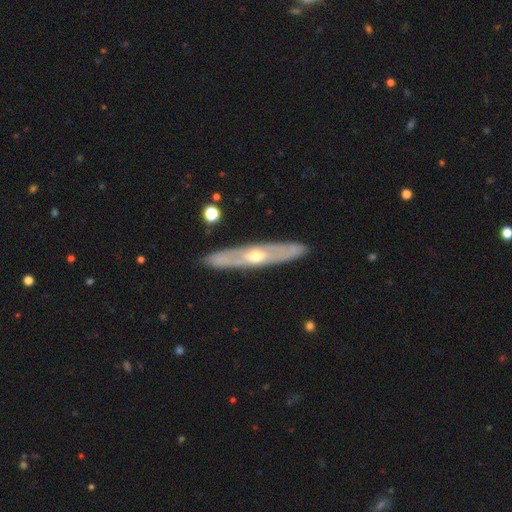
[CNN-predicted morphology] Overall: featured or disk (71%). Edge-on disk: yes (63%; no 37%). Merging: none (88%).